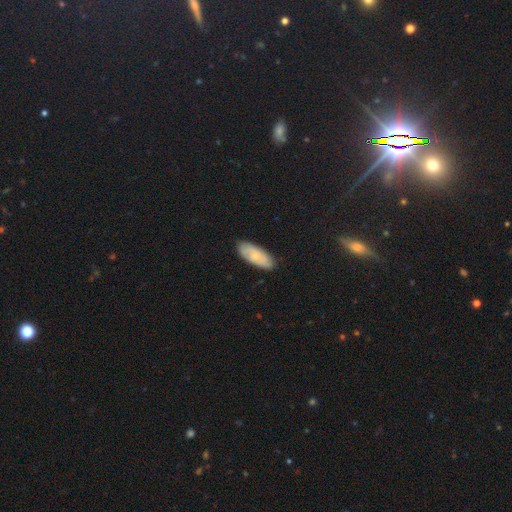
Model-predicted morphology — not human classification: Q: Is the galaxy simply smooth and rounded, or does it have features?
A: smooth — 60%.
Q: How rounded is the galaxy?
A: in between — 82%.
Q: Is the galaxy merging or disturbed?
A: none — 81%.